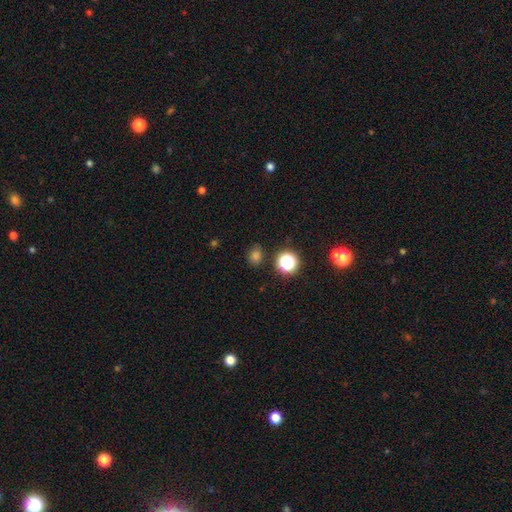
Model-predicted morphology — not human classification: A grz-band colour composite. It shows a smooth galaxy with no disk features (66%) that is round (67%). Merging: none (86%).